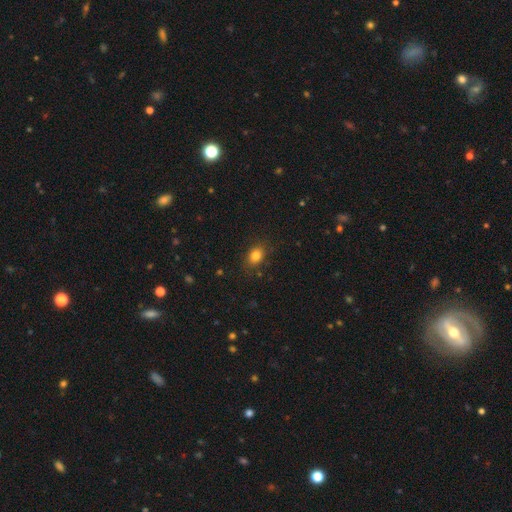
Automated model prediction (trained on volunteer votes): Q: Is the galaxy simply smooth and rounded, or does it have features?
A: smooth — 82%.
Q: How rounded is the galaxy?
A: in between — 66%.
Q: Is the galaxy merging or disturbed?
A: none — 83%.